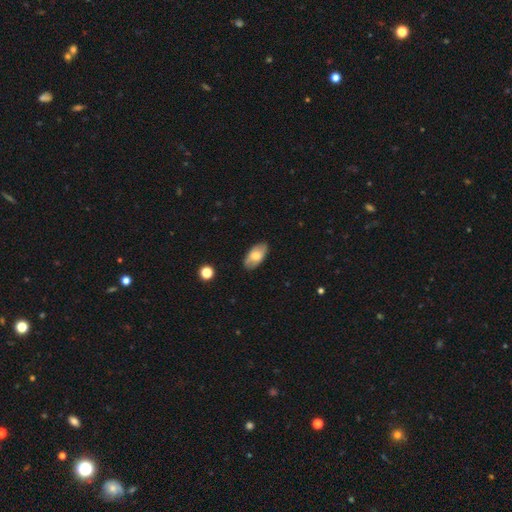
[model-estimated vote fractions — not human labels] smooth_or_featured: smooth (p=0.68) [alt: featured or disk p=0.25]
how_rounded: in between (p=0.93) [alt: round p=0.03]
merging: none (p=0.82) [alt: minor disturbance p=0.14]